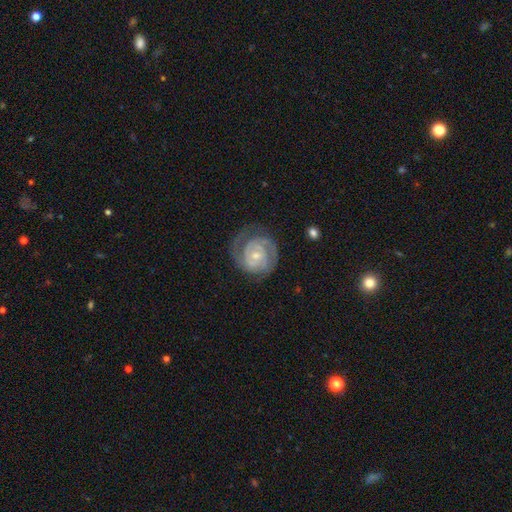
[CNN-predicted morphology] featured or disk 86%, smooth 9%, star or artifact 5%. Down the decision tree: edge-on disk — no (98%); bar — no (62%); spiral arms — yes (96%); spiral arm count — 2 (62%); spiral winding — tight (69%); bulge size — small (63%); merging — none (71%).